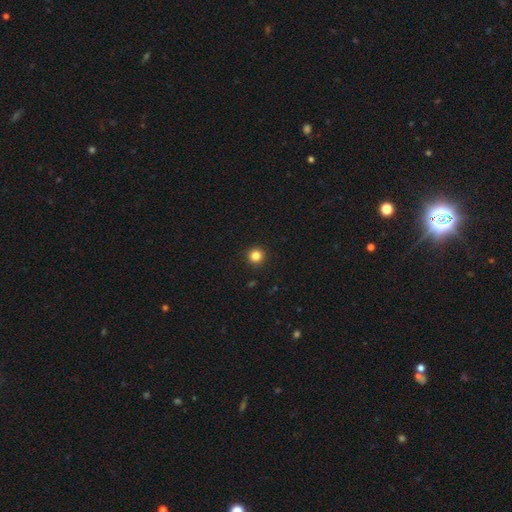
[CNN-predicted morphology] smooth_or_featured: smooth (p=0.83) [alt: star or artifact p=0.12]
how_rounded: round (p=0.96) [alt: in between p=0.03]
merging: none (p=0.93) [alt: minor disturbance p=0.04]